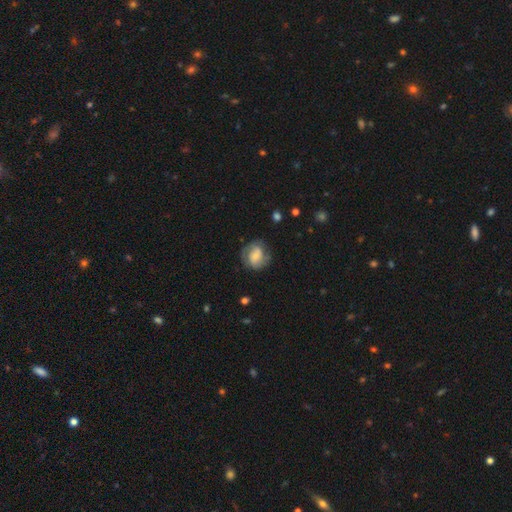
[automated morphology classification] Smooth or featured? featured or disk (51%)
Edge-on disk? no (97%)
Merging? none (64%)